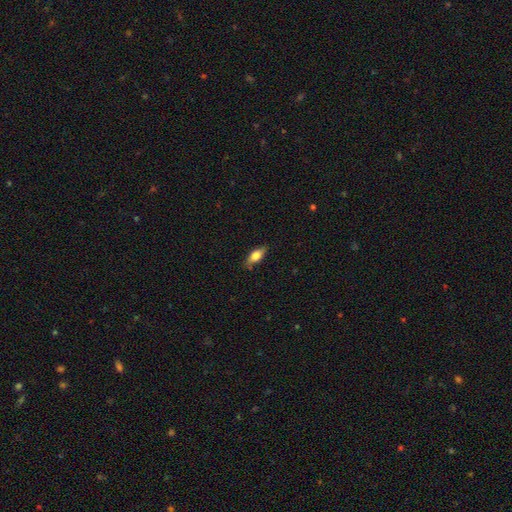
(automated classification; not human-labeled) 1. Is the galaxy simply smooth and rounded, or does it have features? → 71% smooth, 22% featured or disk, 7% star or artifact.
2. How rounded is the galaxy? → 78% in between, 19% cigar-shaped, 3% round.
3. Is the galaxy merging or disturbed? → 80% none, 16% minor disturbance, 3% major disturbance, 1% merger.